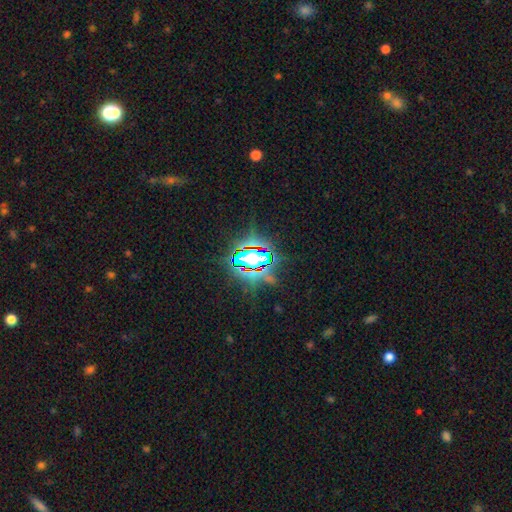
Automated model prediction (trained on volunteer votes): This appears to be a star or artifact, not a galaxy (80%).